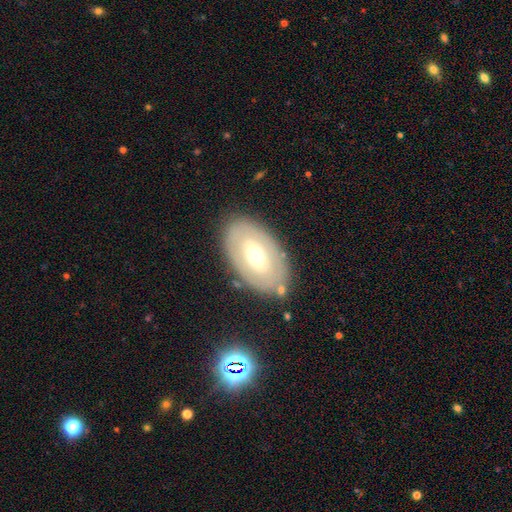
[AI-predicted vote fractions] smooth-or-featured: featured or disk: 53% | smooth: 41% | star or artifact: 6%
  disk-edge-on: no: 88% | yes: 12%
  merging: none: 80% | minor disturbance: 12% | major disturbance: 4% | merger: 3%